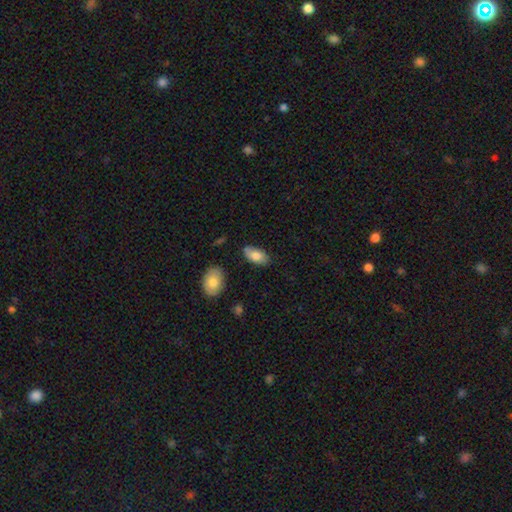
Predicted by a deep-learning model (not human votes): smooth 78%, featured or disk 16%, star or artifact 6%. Down the decision tree: how rounded — in between (94%); merging — none (75%).